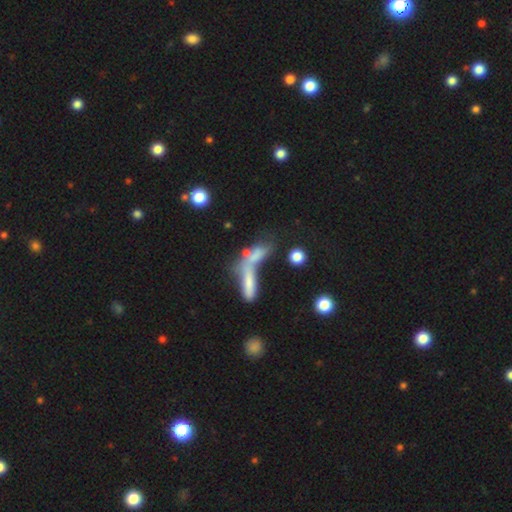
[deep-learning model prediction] Morphology: type=smooth (57%); roundness=cigar-shaped (58%); merging=merger (55%).